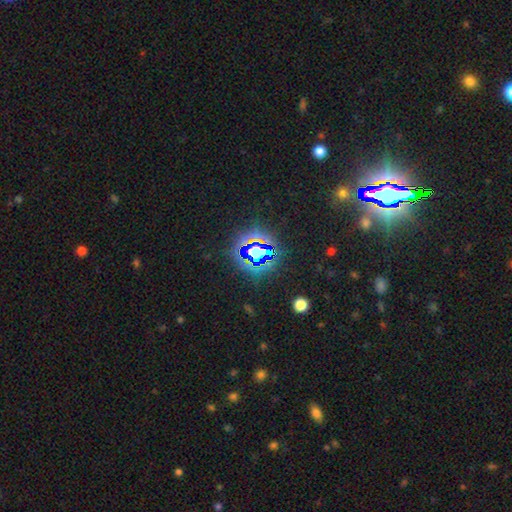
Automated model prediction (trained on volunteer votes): star or artifact 84%, smooth 10%, featured or disk 7%.